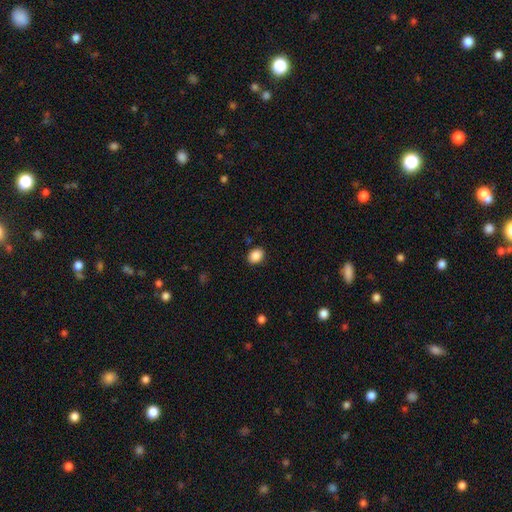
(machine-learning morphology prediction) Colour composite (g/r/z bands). It shows a smooth galaxy with no disk features (88%) that is in between round and cigar-shaped (58%). Merging: none (89%).